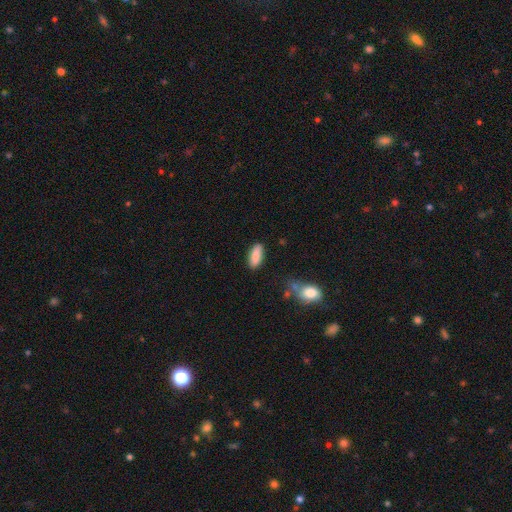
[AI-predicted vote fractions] A smooth galaxy with no disk features (86%) that is in between round and cigar-shaped (77%).

Vote fractions:
- Smooth or featured? smooth: 86% / featured or disk: 7% / star or artifact: 7%
- How rounded? in between: 77% / cigar-shaped: 21% / round: 2%
- Merging? none: 80% / minor disturbance: 14% / major disturbance: 3% / merger: 3%